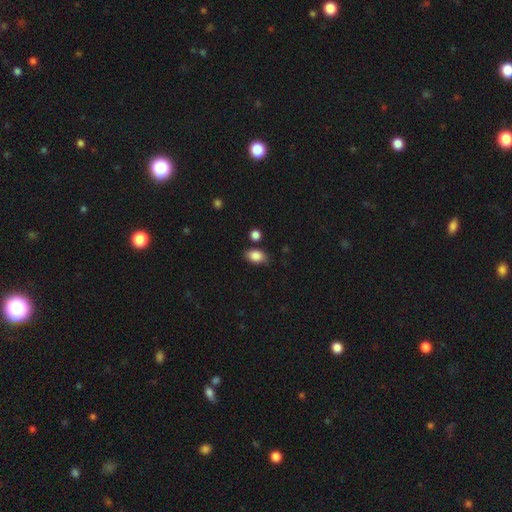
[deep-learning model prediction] Overall: smooth (86%). How rounded: in between (84%). Merging: none (74%).